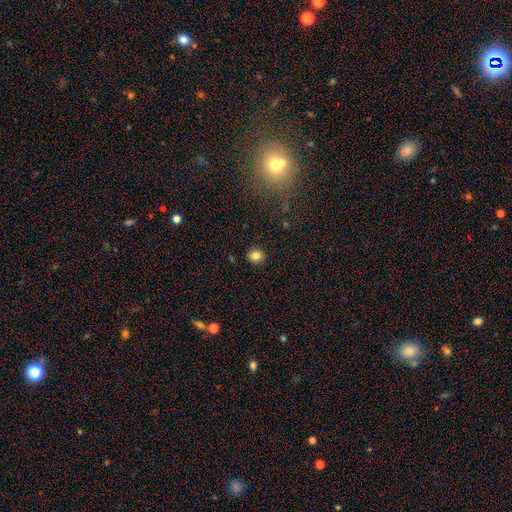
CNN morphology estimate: smooth 82%, star or artifact 12%, featured or disk 6%. Down the decision tree: how rounded — round (83%); merging — none (91%).